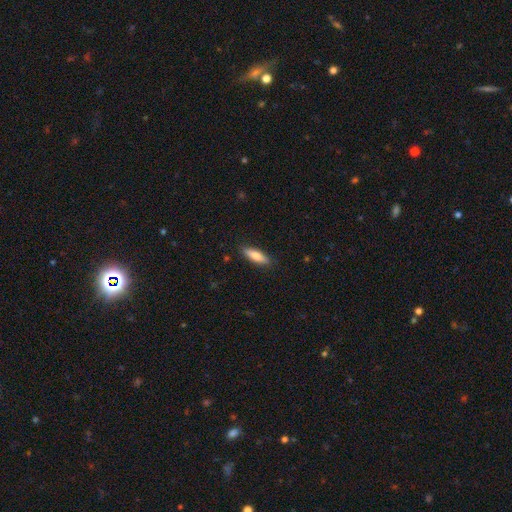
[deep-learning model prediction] Smooth or featured: smooth — 80% (featured or disk — 15%)
How rounded: cigar-shaped — 54% (in between — 45%)
Merging: none — 88% (minor disturbance — 9%)